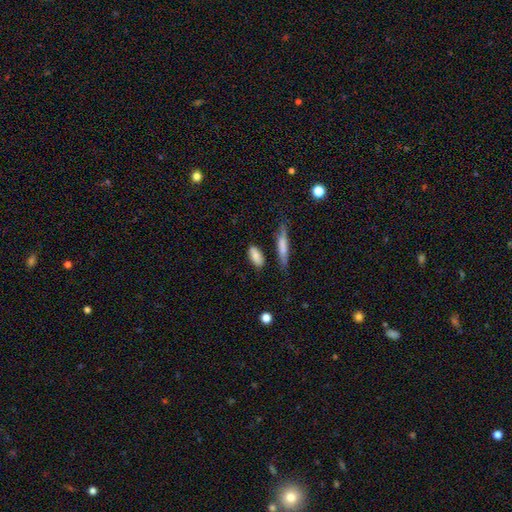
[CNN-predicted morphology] Smooth or featured? Predicted: smooth (p=0.82). How rounded? Predicted: in between (p=0.76). Merging? Predicted: none (p=0.76).